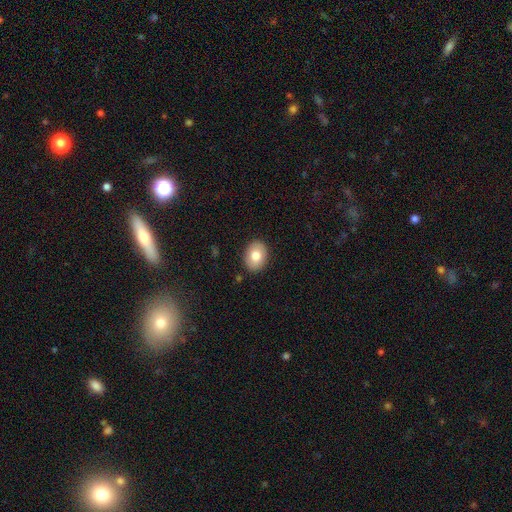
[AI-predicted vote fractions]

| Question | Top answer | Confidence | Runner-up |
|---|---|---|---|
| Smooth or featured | smooth | 79% | featured or disk (14%) |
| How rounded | in between | 65% | round (34%) |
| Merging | none | 89% | minor disturbance (8%) |